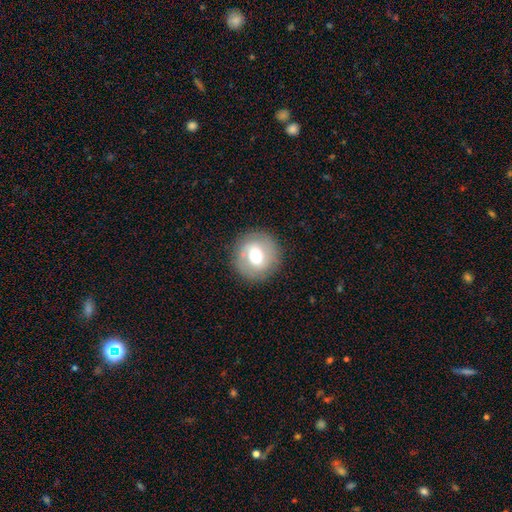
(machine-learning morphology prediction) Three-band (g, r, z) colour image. It shows a smooth galaxy with no disk features (59%) that is round (91%). Merging: none (86%).